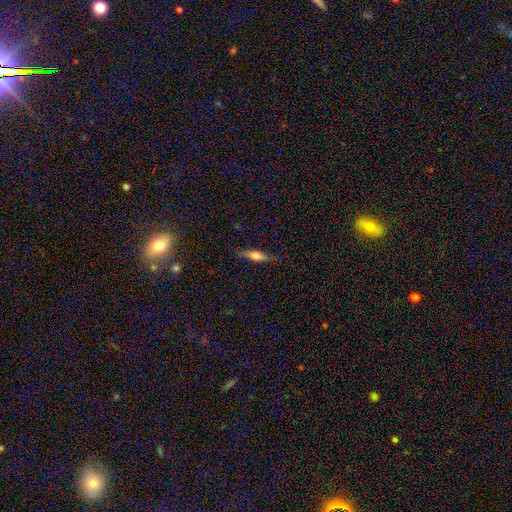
A smooth galaxy with no disk features (71%) that is cigar-shaped (59%).

Vote fractions:
- Smooth or featured? smooth: 71% / featured or disk: 24% / star or artifact: 5%
- How rounded? cigar-shaped: 59% / in between: 37% / round: 4%
- Merging? none: 83% / minor disturbance: 17% / major disturbance: 0% / merger: 0%